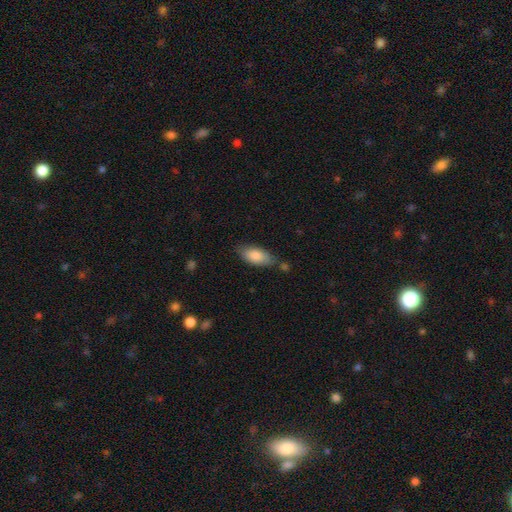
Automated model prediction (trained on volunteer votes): This appears to be a smooth galaxy with no disk features (84%) that is in between round and cigar-shaped (88%). Merging: none (66%).